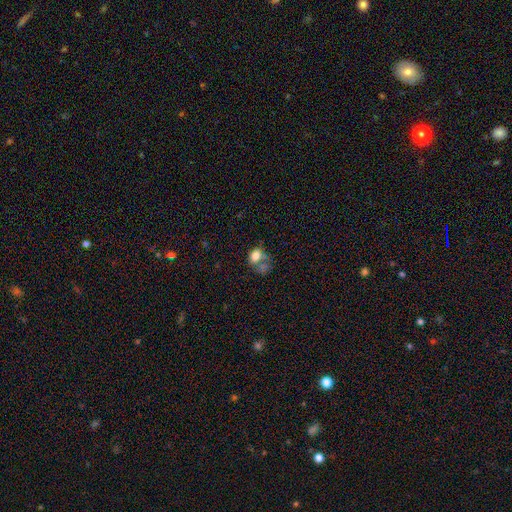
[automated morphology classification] Q: Smooth or featured?
A: smooth (74%); runner-up: featured or disk (15%)
Q: How rounded?
A: in between (65%); runner-up: round (34%)
Q: Merging?
A: merger (44%); runner-up: none (26%)